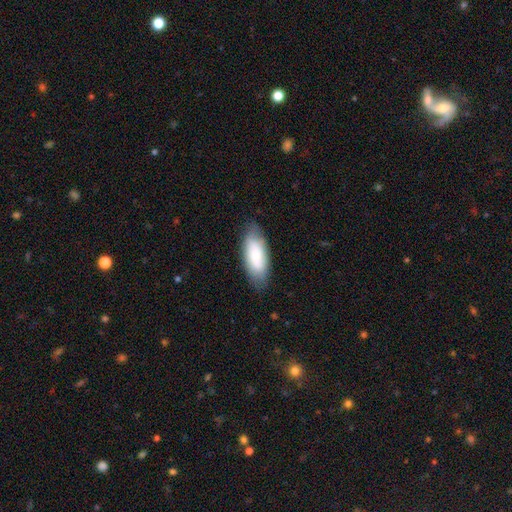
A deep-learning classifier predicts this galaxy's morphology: Q: Smooth or featured?
A: smooth (72%); runner-up: featured or disk (22%)
Q: How rounded?
A: in between (83%); runner-up: cigar-shaped (15%)
Q: Merging?
A: none (77%); runner-up: minor disturbance (18%)